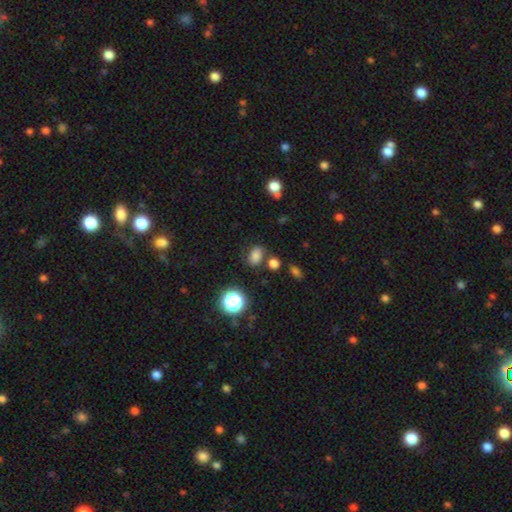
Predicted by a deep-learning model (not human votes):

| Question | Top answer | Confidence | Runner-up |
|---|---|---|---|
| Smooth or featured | smooth | 74% | star or artifact (17%) |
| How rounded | in between | 71% | round (28%) |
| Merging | none | 69% | minor disturbance (16%) |